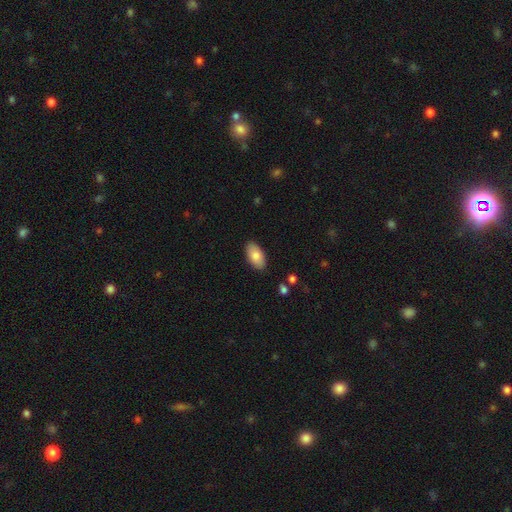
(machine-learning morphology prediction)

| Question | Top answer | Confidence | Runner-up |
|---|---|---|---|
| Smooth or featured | smooth | 83% | featured or disk (11%) |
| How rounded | in between | 94% | cigar-shaped (3%) |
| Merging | none | 88% | minor disturbance (9%) |